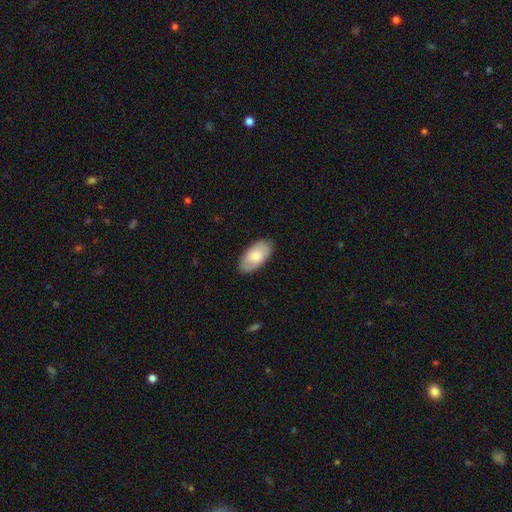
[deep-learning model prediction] Smooth or featured? Predicted: smooth (p=0.75). How rounded? Predicted: in between (p=0.95). Merging? Predicted: none (p=0.85).